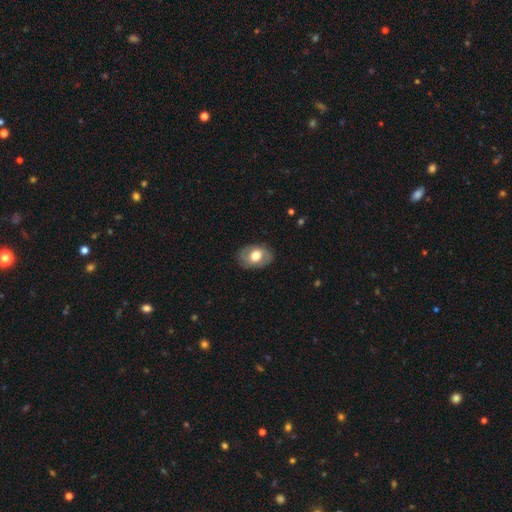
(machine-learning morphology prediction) Q: Smooth or featured?
A: smooth (56%); runner-up: featured or disk (37%)
Q: How rounded?
A: in between (78%); runner-up: round (21%)
Q: Merging?
A: none (81%); runner-up: minor disturbance (14%)